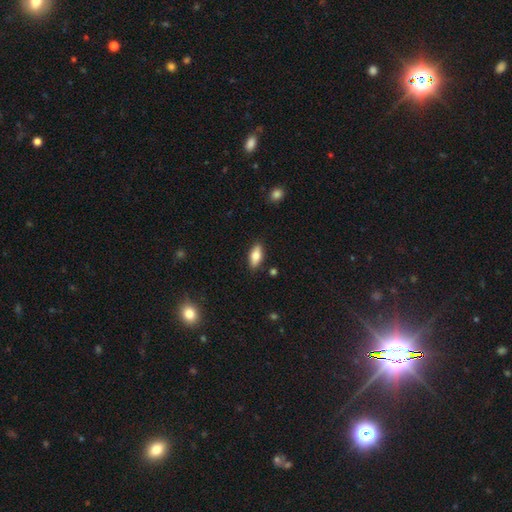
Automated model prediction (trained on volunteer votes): This is likely a smooth galaxy (75%). How rounded: clearly in between (81%). Merging: clearly none (86%).